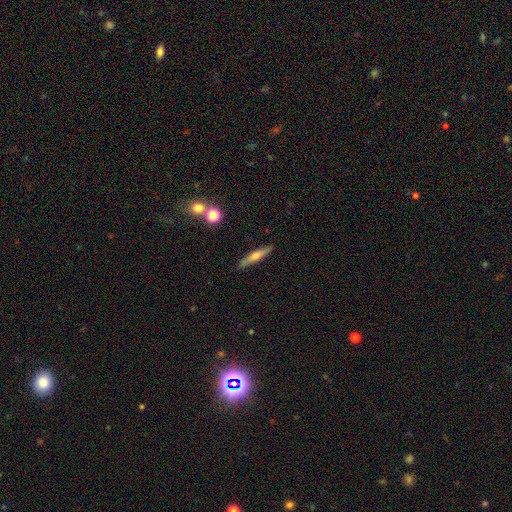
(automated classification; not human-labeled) smooth-or-featured: featured or disk: 47% | smooth: 45% | star or artifact: 7%
  merging: none: 88% | minor disturbance: 8% | merger: 2% | major disturbance: 2%